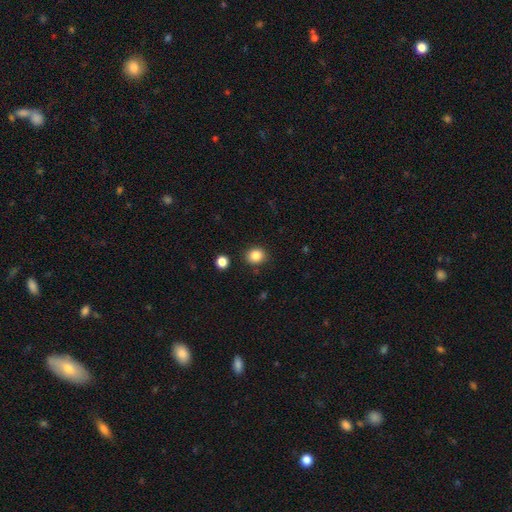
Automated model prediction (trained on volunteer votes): This is clearly a smooth galaxy (85%). How rounded: likely round (76%). Merging: clearly none (86%).